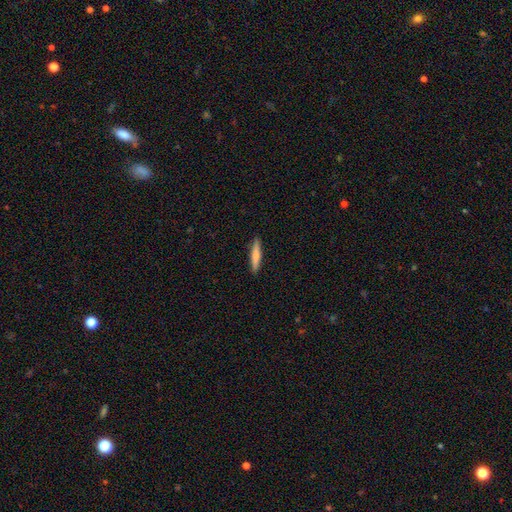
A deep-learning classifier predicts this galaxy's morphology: A smooth galaxy with no disk features (72%) that is cigar-shaped (91%). Merging: none (91%).